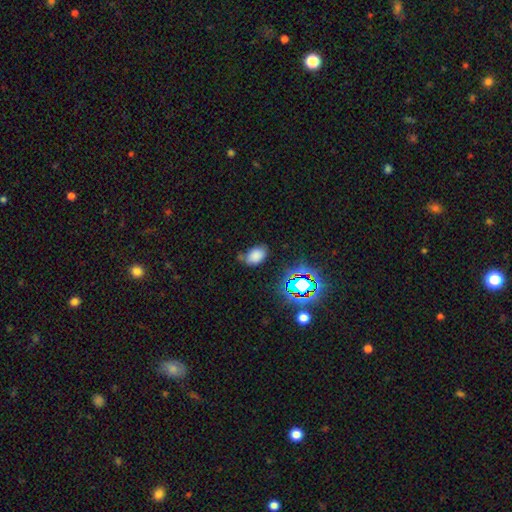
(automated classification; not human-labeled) A smooth galaxy with no disk features (74%) that is in between round and cigar-shaped (86%).

Vote fractions:
- Smooth or featured? smooth: 74% / star or artifact: 18% / featured or disk: 8%
- How rounded? in between: 86% / round: 12% / cigar-shaped: 1%
- Merging? none: 60% / minor disturbance: 27% / major disturbance: 8% / merger: 5%